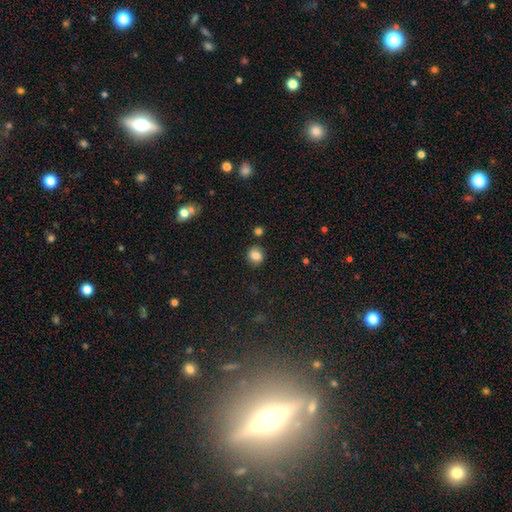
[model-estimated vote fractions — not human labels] This appears to be a smooth galaxy with no disk features (82%) that is round (82%). Merging: none (84%).